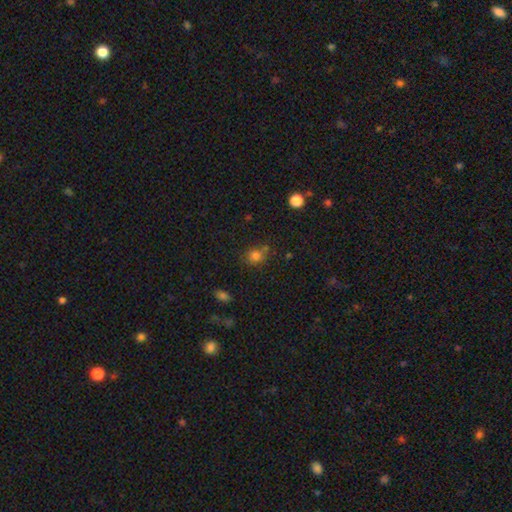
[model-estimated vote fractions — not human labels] Q: Smooth or featured?
A: smooth (78%); runner-up: star or artifact (15%)
Q: How rounded?
A: round (70%); runner-up: in between (28%)
Q: Merging?
A: none (62%); runner-up: minor disturbance (18%)